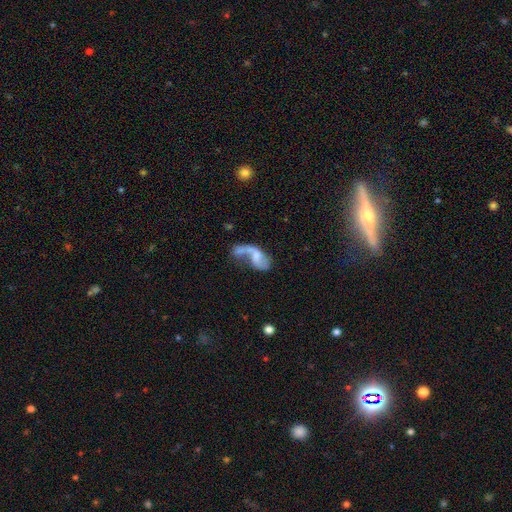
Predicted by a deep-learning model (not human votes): smooth-or-featured: featured or disk: 59% | smooth: 32% | star or artifact: 9%
  disk-edge-on: no: 96% | yes: 4%
    bar: no: 60% | weak: 31% | strong: 9%
    has-spiral-arms: yes: 66% | no: 34%
    bulge-size: small: 33% | none: 32% | moderate: 27% | large: 6% | dominant: 2%
  merging: merger: 46% | major disturbance: 25% | none: 18% | minor disturbance: 11%